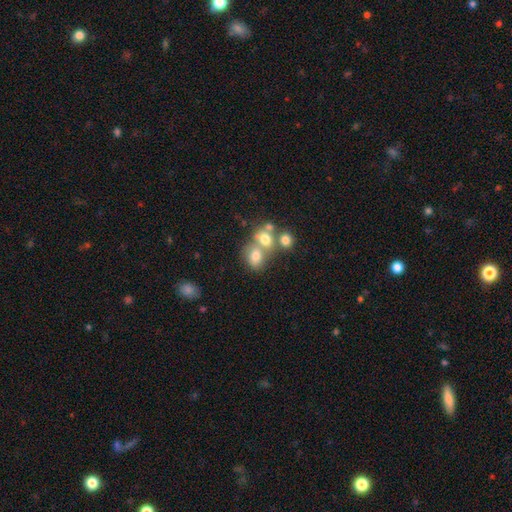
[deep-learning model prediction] Q: Smooth or featured?
A: smooth (70%); runner-up: featured or disk (16%)
Q: How rounded?
A: round (51%); runner-up: in between (48%)
Q: Merging?
A: merger (52%); runner-up: none (34%)